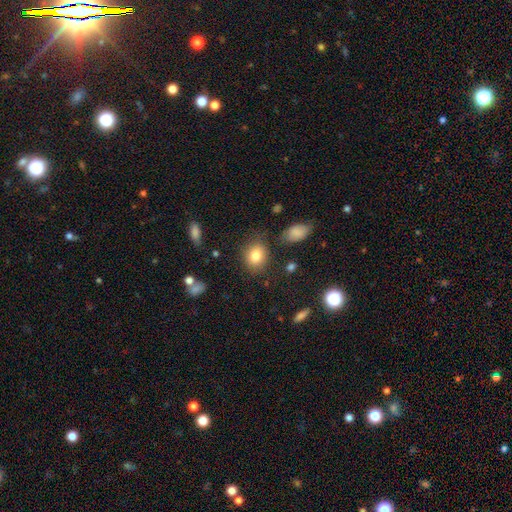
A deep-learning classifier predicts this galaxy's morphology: type=smooth (82%); roundness=round (53%); merging=none (80%).